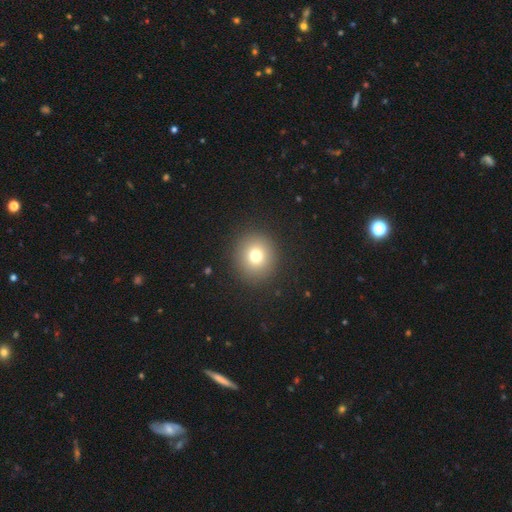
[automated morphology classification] This is likely a smooth galaxy (75%). How rounded: clearly round (89%). Merging: clearly none (91%).